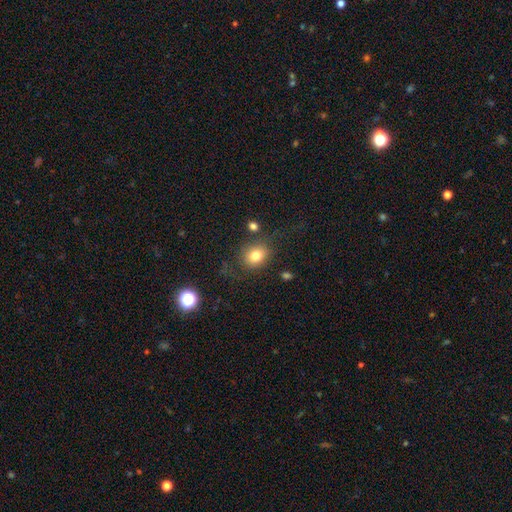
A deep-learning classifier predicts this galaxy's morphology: A smooth galaxy with no disk features (79%) that is round (61%).

Vote fractions:
- Smooth or featured? smooth: 79% / star or artifact: 12% / featured or disk: 9%
- How rounded? round: 61% / in between: 38% / cigar-shaped: 1%
- Merging? none: 74% / minor disturbance: 14% / major disturbance: 7% / merger: 4%